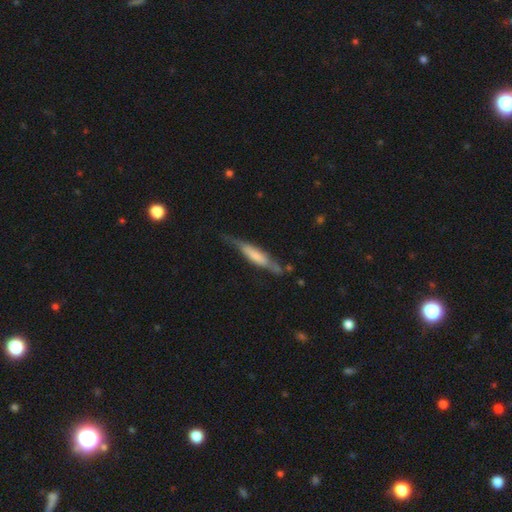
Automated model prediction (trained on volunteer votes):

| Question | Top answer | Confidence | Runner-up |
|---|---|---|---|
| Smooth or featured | smooth | 47% | tied: featured or disk (47%) |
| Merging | none | 63% | minor disturbance (25%) |